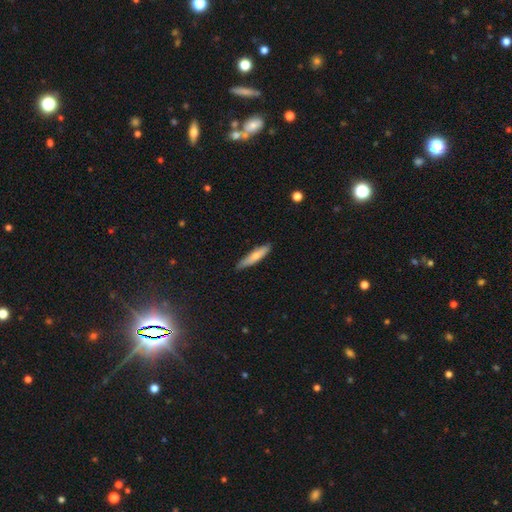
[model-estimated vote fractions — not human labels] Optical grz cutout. It shows a smooth galaxy with no disk features (64%) that is cigar-shaped (85%). Merging: none (85%).